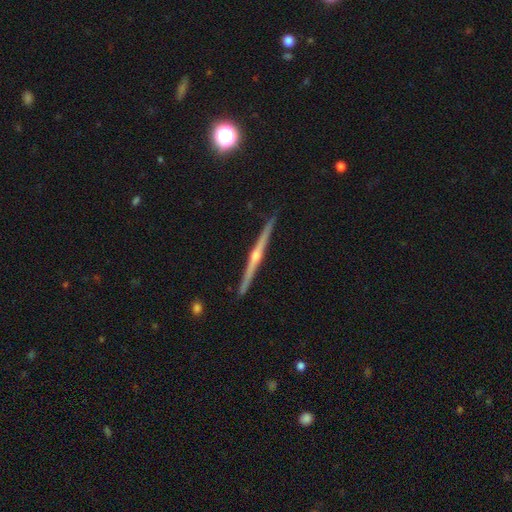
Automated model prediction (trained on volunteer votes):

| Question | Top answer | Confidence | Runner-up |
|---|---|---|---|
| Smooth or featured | featured or disk | 85% | smooth (9%) |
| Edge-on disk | yes | 99% | no (1%) |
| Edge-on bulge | rounded | 87% | none (9%) |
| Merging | none | 92% | minor disturbance (5%) |